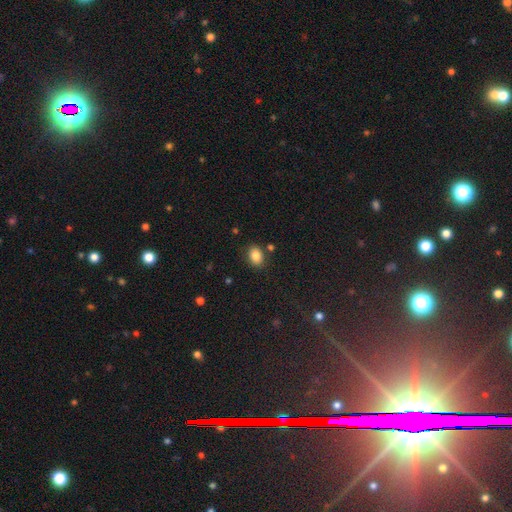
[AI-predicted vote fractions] Smooth or featured? smooth (85%)
How rounded? in between (76%)
Merging? none (82%)